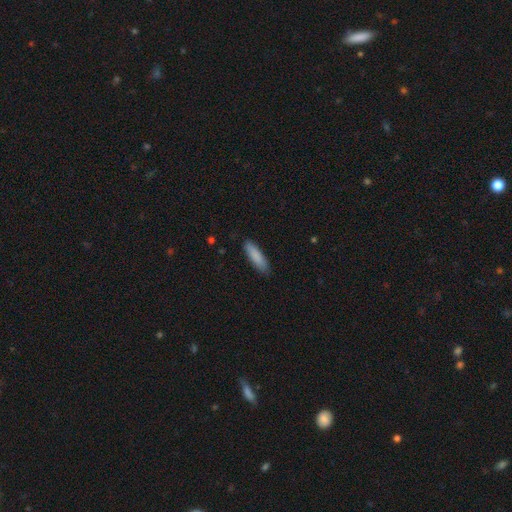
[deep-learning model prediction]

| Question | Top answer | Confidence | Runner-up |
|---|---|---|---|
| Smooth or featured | smooth | 87% | featured or disk (8%) |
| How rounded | cigar-shaped | 63% | in between (36%) |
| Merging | none | 85% | minor disturbance (12%) |